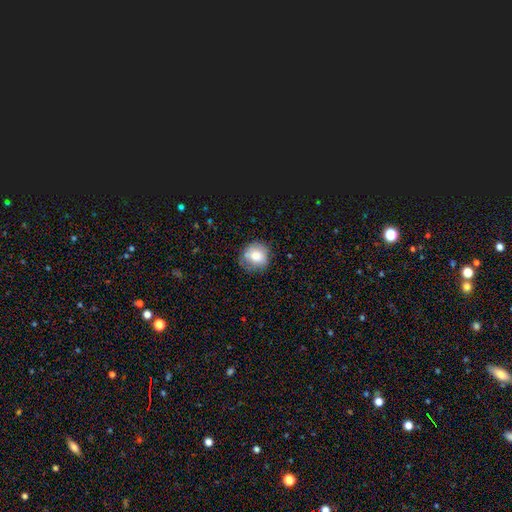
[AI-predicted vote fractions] Smooth or featured?
  - smooth: 73% *
  - featured or disk: 18%
  - star or artifact: 10%
How rounded?
  - round: 84% *
  - in between: 15%
  - cigar-shaped: 1%
Merging?
  - none: 68% *
  - minor disturbance: 23%
  - major disturbance: 7%
  - merger: 2%